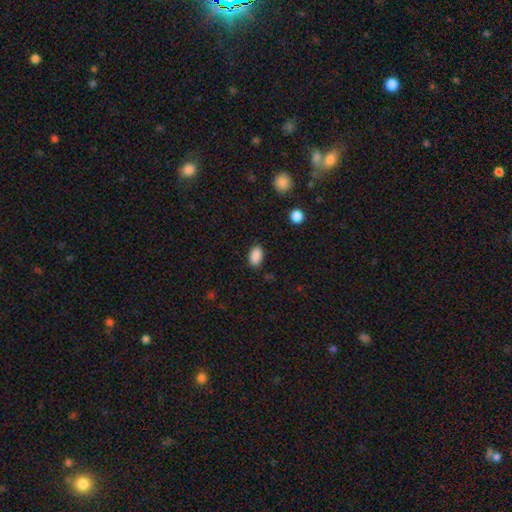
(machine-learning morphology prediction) smooth 89%, star or artifact 8%, featured or disk 3%. Down the decision tree: how rounded — in between (93%); merging — none (86%).